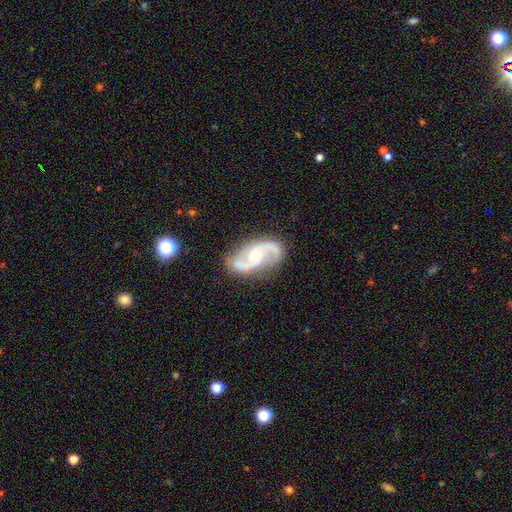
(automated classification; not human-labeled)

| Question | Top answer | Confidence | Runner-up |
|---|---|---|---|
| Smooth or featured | featured or disk | 89% | smooth (6%) |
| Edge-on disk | no | 97% | yes (3%) |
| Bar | no | 56% | weak (34%) |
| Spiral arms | yes | 97% | no (3%) |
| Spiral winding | medium | 50% | loose (36%) |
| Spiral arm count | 2 | 93% | can't tell (2%) |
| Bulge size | moderate | 57% | small (38%) |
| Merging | none | 81% | minor disturbance (13%) |